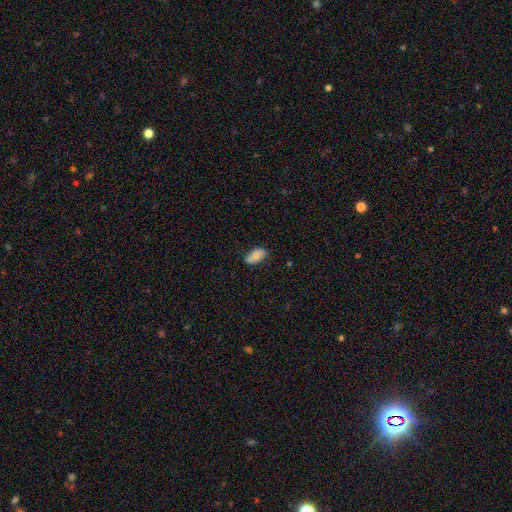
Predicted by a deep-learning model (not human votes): Smooth or featured? Predicted: smooth (p=0.77). How rounded? Predicted: in between (p=0.94). Merging? Predicted: none (p=0.73).